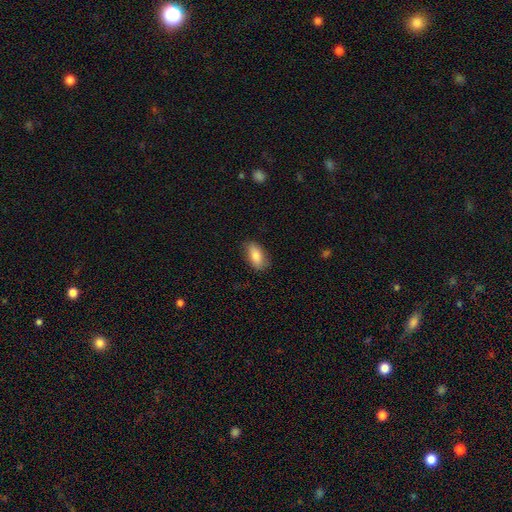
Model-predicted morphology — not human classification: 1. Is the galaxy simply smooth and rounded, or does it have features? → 82% smooth, 12% featured or disk, 7% star or artifact.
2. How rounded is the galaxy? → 90% in between, 6% cigar-shaped, 4% round.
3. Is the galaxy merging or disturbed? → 81% none, 14% minor disturbance, 3% major disturbance, 1% merger.